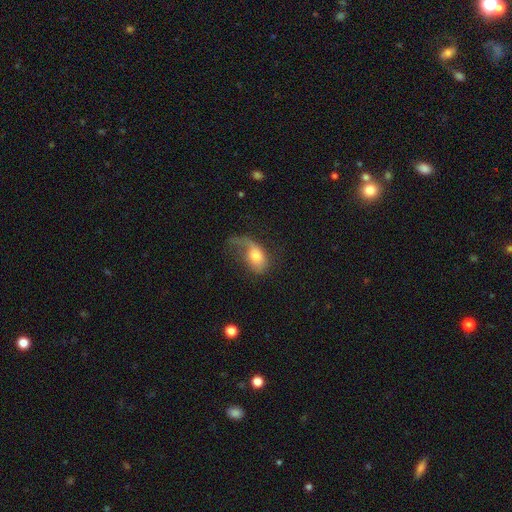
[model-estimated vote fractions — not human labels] This is possibly a smooth galaxy (52%). How rounded: clearly in between (81%). Merging: possibly major disturbance (52%).